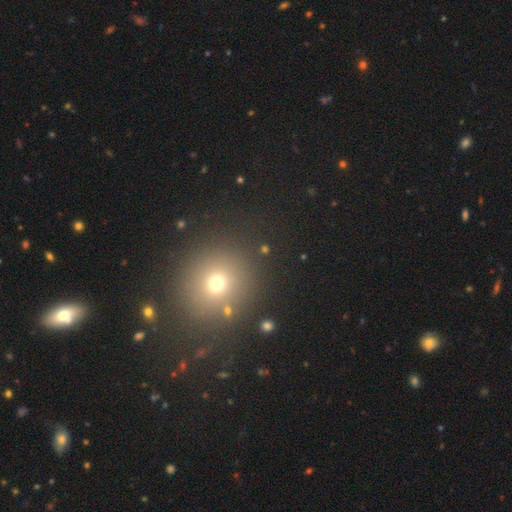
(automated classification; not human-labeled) smooth 57%, star or artifact 35%, featured or disk 8%. Down the decision tree: how rounded — round (86%); merging — none (85%).